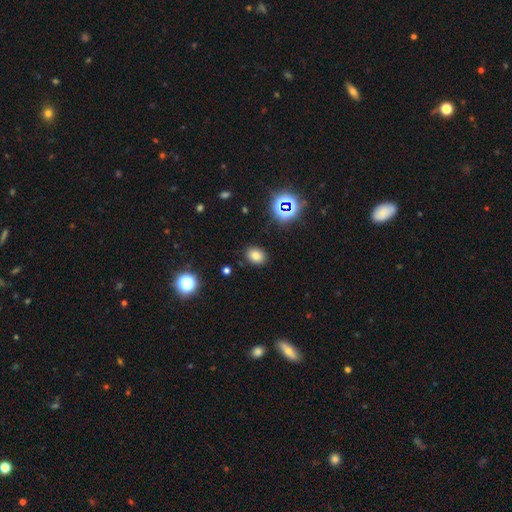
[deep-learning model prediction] smooth_or_featured: smooth (p=0.76) [alt: star or artifact p=0.17]
how_rounded: in between (p=0.61) [alt: round p=0.38]
merging: none (p=0.87) [alt: minor disturbance p=0.09]